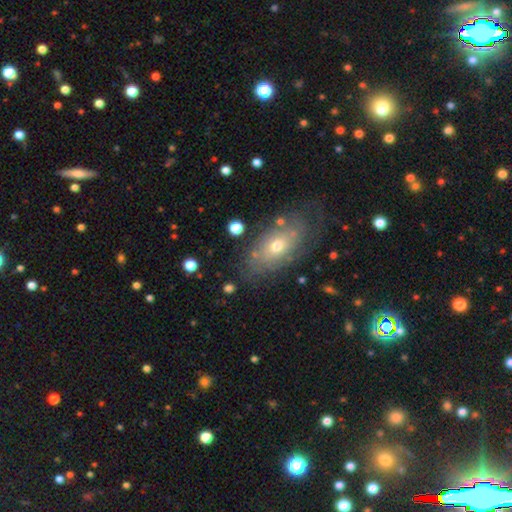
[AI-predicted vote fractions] smooth_or_featured: featured or disk (p=0.51) [alt: smooth p=0.40]
disk_edge_on: no (p=0.86) [alt: yes p=0.14]
merging: none (p=0.69) [alt: minor disturbance p=0.19]